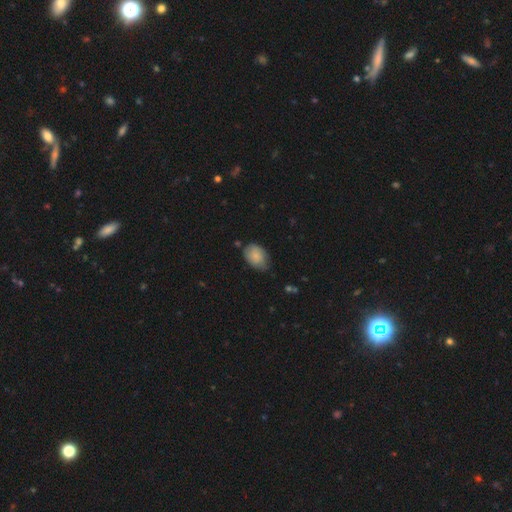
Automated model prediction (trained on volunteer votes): This is clearly a smooth galaxy (81%). How rounded: clearly in between (82%). Merging: likely none (61%).